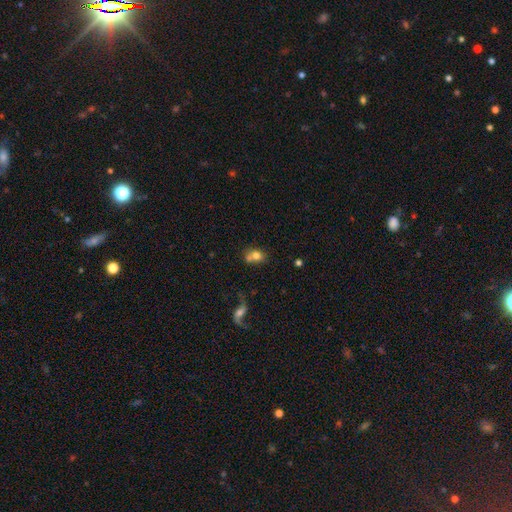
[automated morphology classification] Q: Smooth or featured?
A: smooth (72%); runner-up: featured or disk (17%)
Q: How rounded?
A: round (53%); runner-up: in between (46%)
Q: Merging?
A: merger (42%); runner-up: none (37%)